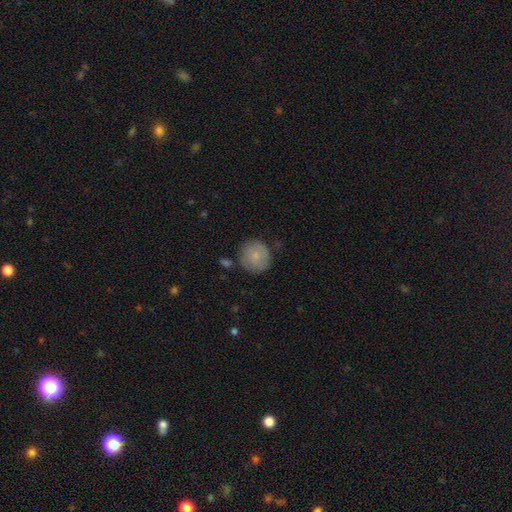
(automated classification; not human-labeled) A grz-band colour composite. It shows a smooth galaxy with no disk features (80%) that is round (91%). Merging: none (78%).